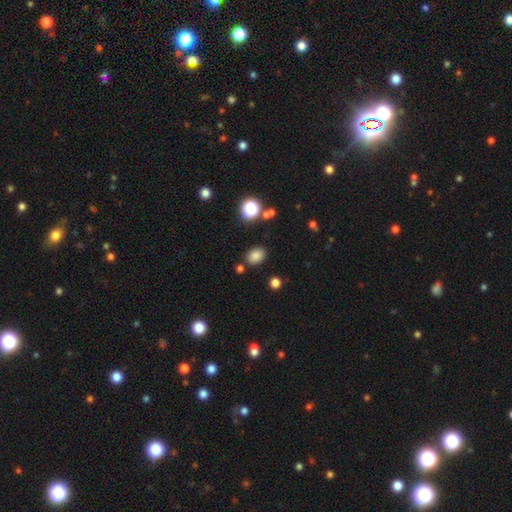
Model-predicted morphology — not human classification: The model was most divided on "how rounded": in between: 61%, round: 38%, cigar-shaped: 1%. More confident: merging — none (82%); smooth or featured — smooth (82%).